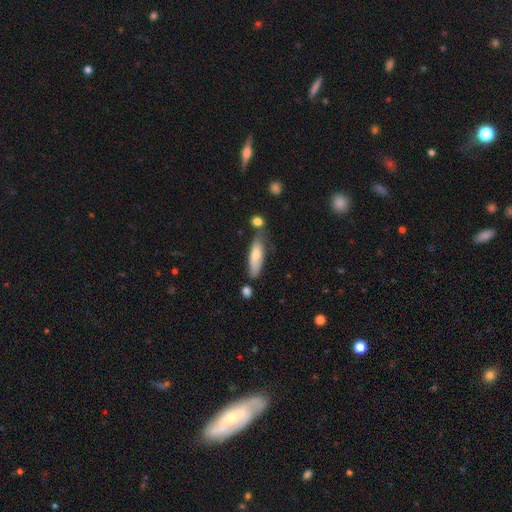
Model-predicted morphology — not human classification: A smooth galaxy with no disk features (72%) that is cigar-shaped (55%). Merging: none (57%).